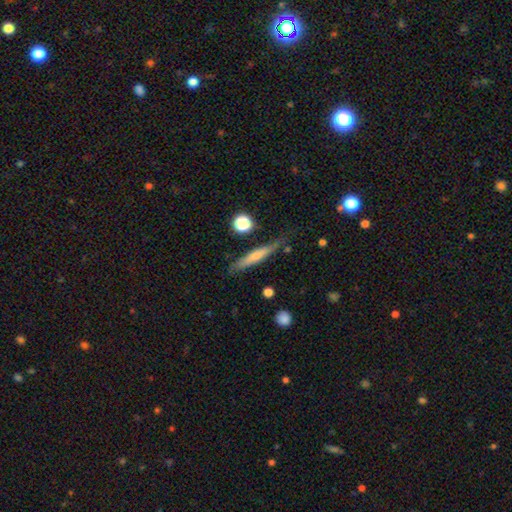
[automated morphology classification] smooth-or-featured: smooth: 47% | featured or disk: 46% | star or artifact: 7%
  merging: none: 77% | minor disturbance: 16% | major disturbance: 4% | merger: 3%